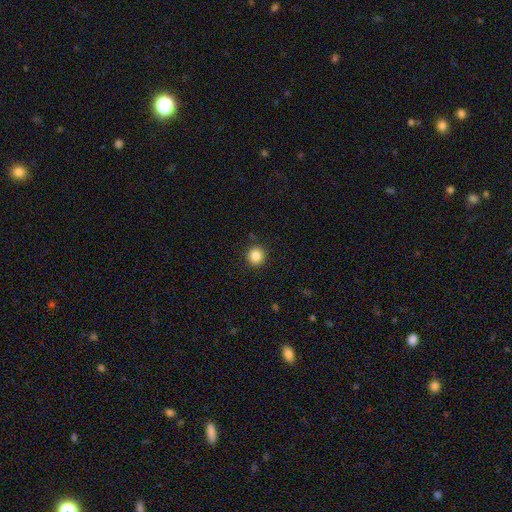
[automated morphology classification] Q: Smooth or featured?
A: smooth (85%); runner-up: star or artifact (11%)
Q: How rounded?
A: round (93%); runner-up: in between (6%)
Q: Merging?
A: none (91%); runner-up: minor disturbance (6%)